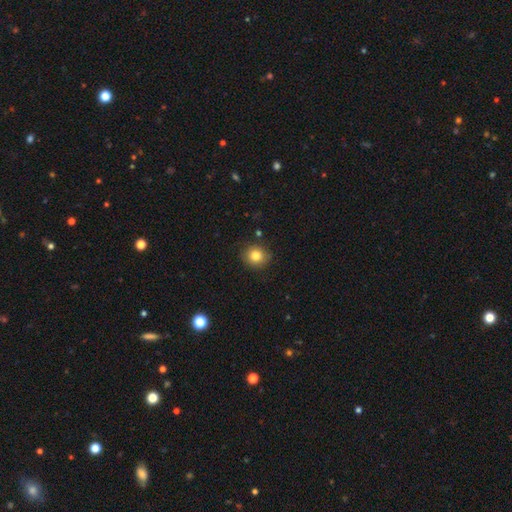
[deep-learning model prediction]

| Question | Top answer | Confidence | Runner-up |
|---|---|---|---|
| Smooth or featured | smooth | 82% | star or artifact (11%) |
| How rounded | round | 85% | in between (14%) |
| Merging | none | 87% | minor disturbance (9%) |